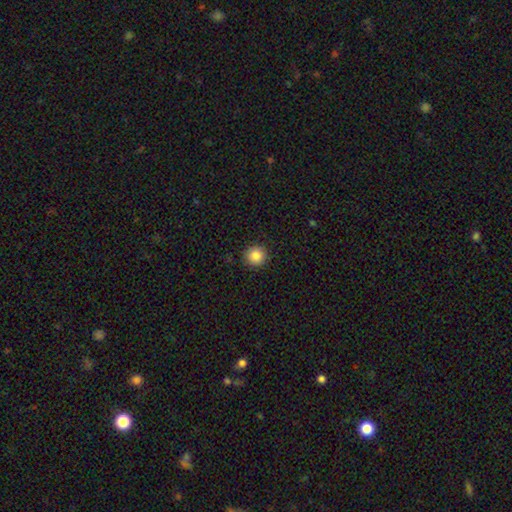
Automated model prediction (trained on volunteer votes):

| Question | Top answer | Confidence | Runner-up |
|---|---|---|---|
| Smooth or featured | smooth | 86% | star or artifact (10%) |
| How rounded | round | 95% | in between (4%) |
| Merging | none | 92% | minor disturbance (5%) |